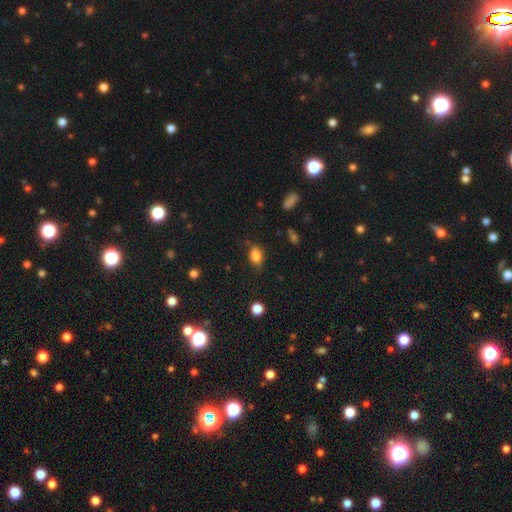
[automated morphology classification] A smooth galaxy with no disk features (84%) that is in between round and cigar-shaped (82%). Merging: none (74%).